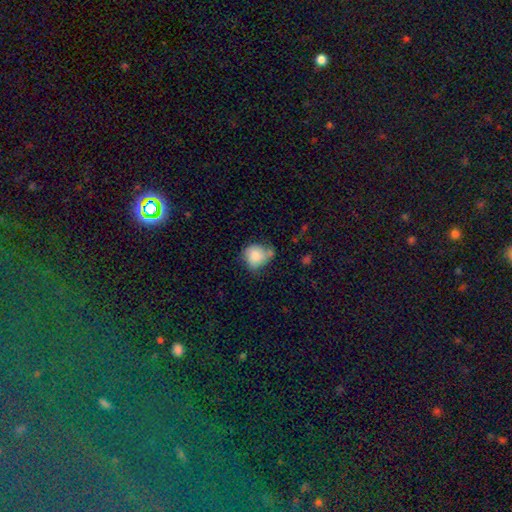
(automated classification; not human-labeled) Morphology: type=smooth (77%); roundness=round (71%); merging=none (43%).